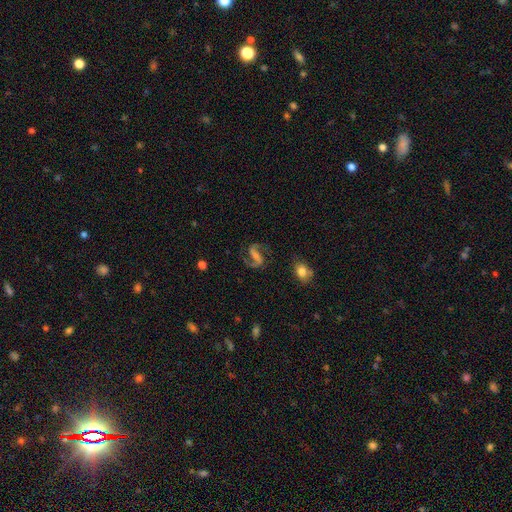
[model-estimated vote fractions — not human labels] Overall: featured or disk (88%). Edge-on disk: no (98%). Bar: strong (44%; weak 39%). Spiral arms: yes (97%). Spiral arm count: 2 (93%). Spiral winding: medium (48%; loose 43%). Bulge size: none (43%; small 34%). Merging: none (78%).